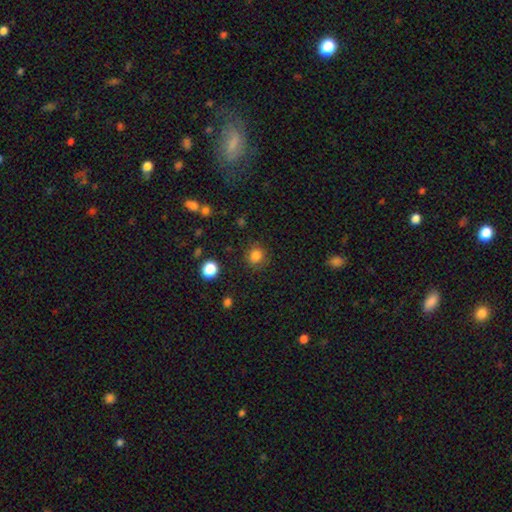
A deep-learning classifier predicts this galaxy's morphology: A smooth galaxy with no disk features (83%) that is round (84%). Merging: none (86%).